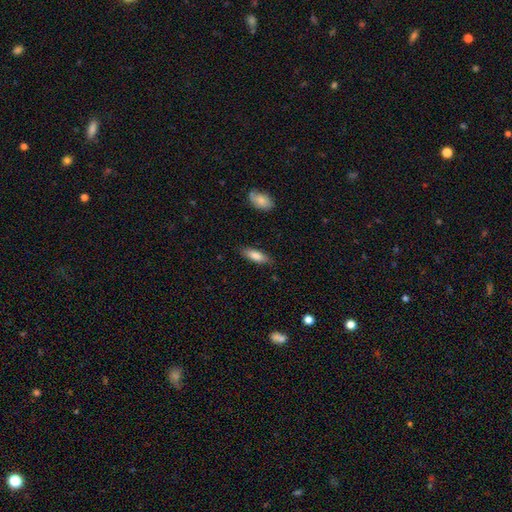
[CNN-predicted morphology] Smooth or featured? smooth (82%)
How rounded? in between (59%)
Merging? none (82%)